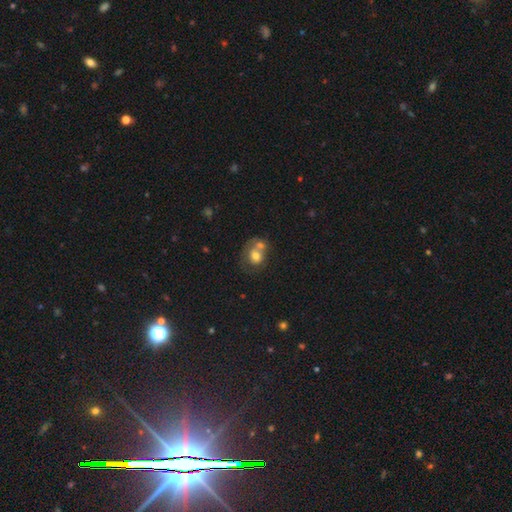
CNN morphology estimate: This appears to be a smooth galaxy with no disk features (65%) that is round (65%). Merging: merger (59%).